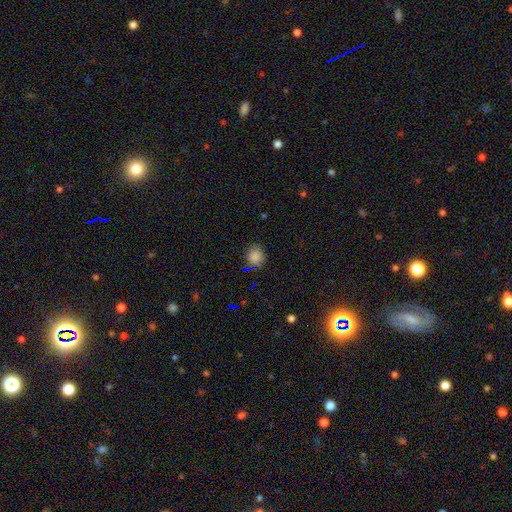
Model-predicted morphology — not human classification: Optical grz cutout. It shows a smooth galaxy with no disk features (80%) that is round (83%). Merging: none (86%).